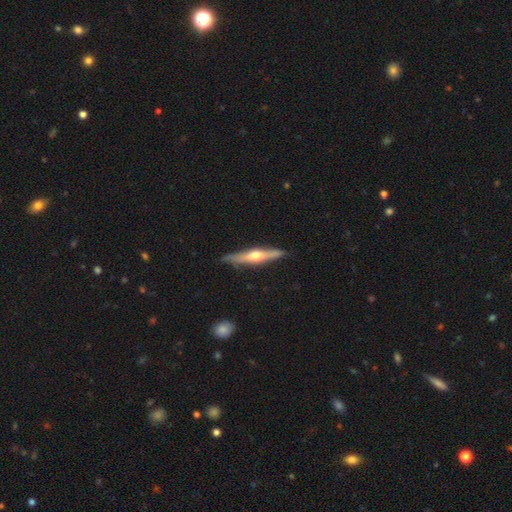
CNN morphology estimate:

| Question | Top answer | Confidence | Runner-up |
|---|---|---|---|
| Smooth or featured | featured or disk | 66% | smooth (29%) |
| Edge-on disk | yes | 95% | no (5%) |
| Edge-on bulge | rounded | 90% | none (5%) |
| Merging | none | 85% | minor disturbance (12%) |